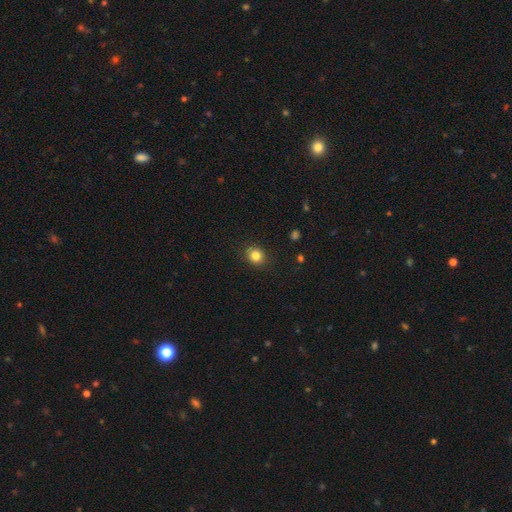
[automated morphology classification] Smooth or featured? smooth (84%)
How rounded? round (71%)
Merging? none (88%)